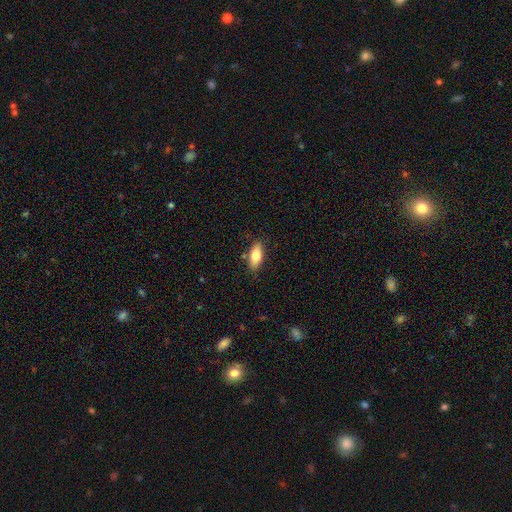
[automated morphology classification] The model was most divided on "smooth or featured": smooth: 78%, featured or disk: 16%, star or artifact: 7%. More confident: merging — none (83%); how rounded — in between (82%).